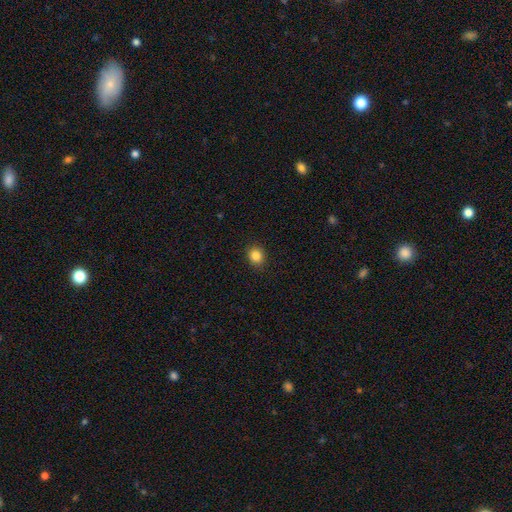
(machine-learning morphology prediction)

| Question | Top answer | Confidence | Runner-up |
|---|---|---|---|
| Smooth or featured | smooth | 85% | star or artifact (11%) |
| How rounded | round | 77% | in between (22%) |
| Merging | none | 90% | minor disturbance (7%) |